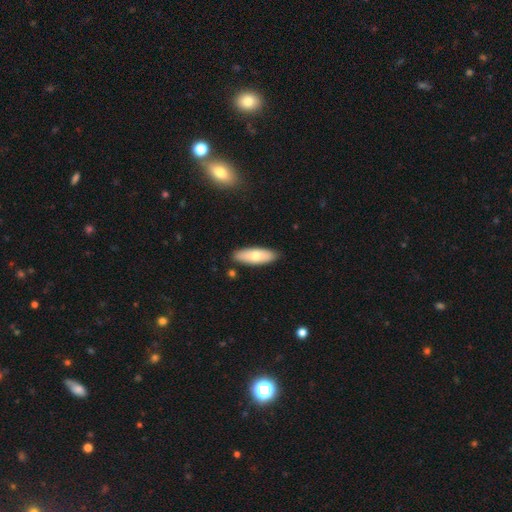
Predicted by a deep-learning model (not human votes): This appears to be a smooth galaxy with no disk features (70%) that is in between round and cigar-shaped (67%). Merging: none (86%).